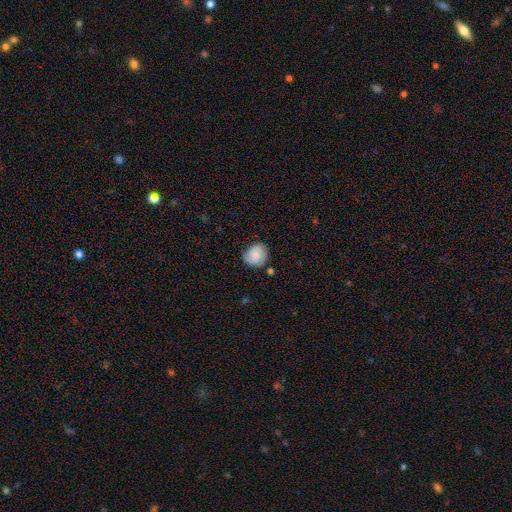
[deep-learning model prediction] Q: Smooth or featured?
A: smooth (74%); runner-up: featured or disk (18%)
Q: How rounded?
A: round (74%); runner-up: in between (25%)
Q: Merging?
A: none (70%); runner-up: minor disturbance (21%)